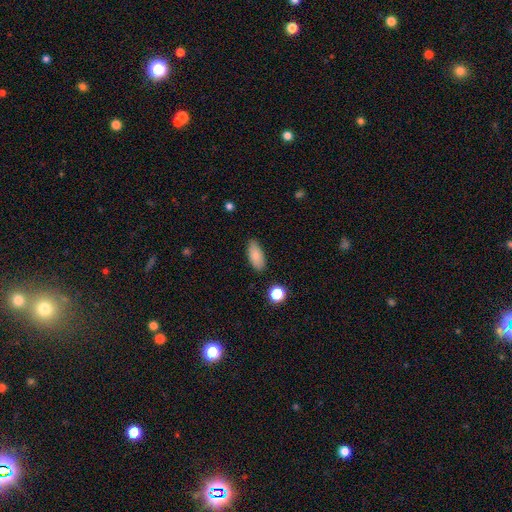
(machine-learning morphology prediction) The model was most divided on "smooth or featured": smooth: 81%, featured or disk: 11%, star or artifact: 8%. More confident: how rounded — in between (86%); merging — none (85%).